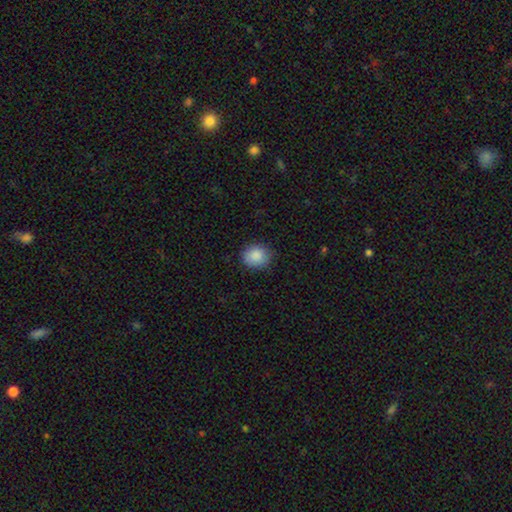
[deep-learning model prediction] smooth-or-featured: smooth: 88% | star or artifact: 8% | featured or disk: 4%
  how-rounded: round: 76% | in between: 23% | cigar-shaped: 1%
  merging: none: 84% | minor disturbance: 13% | major disturbance: 3% | merger: 1%